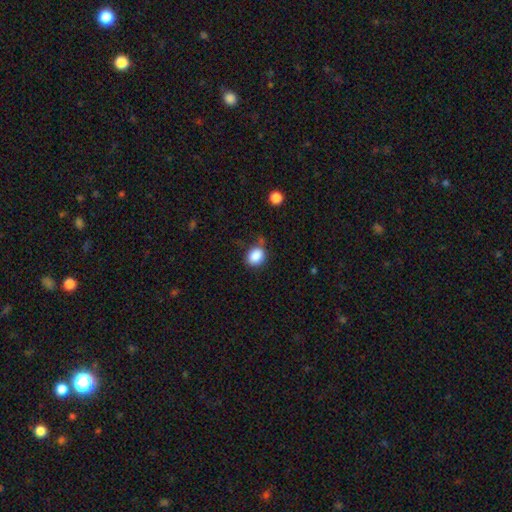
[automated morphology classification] Smooth or featured? Predicted: smooth (p=0.86). How rounded? Predicted: in between (p=0.50). Merging? Predicted: none (p=0.59).